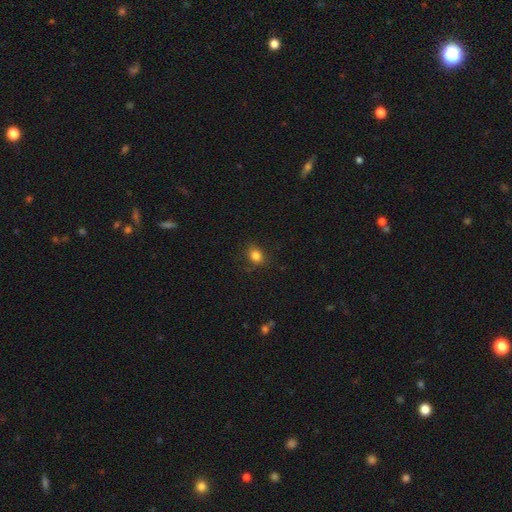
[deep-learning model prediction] Morphology: type=smooth (82%); roundness=round (54%); merging=none (79%).